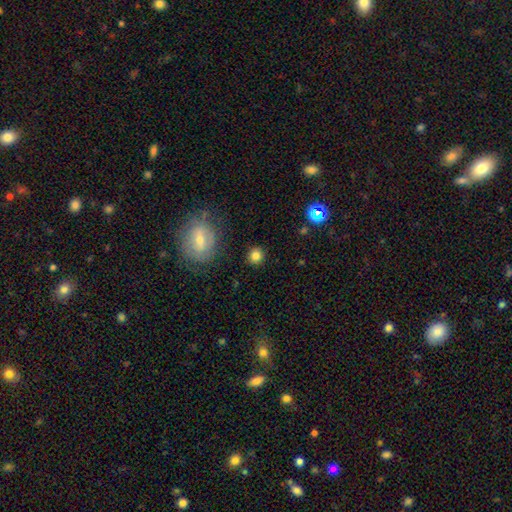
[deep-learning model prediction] smooth-or-featured: smooth: 81% | star or artifact: 12% | featured or disk: 8%
  how-rounded: round: 88% | in between: 11% | cigar-shaped: 1%
  merging: none: 87% | minor disturbance: 8% | major disturbance: 3% | merger: 2%